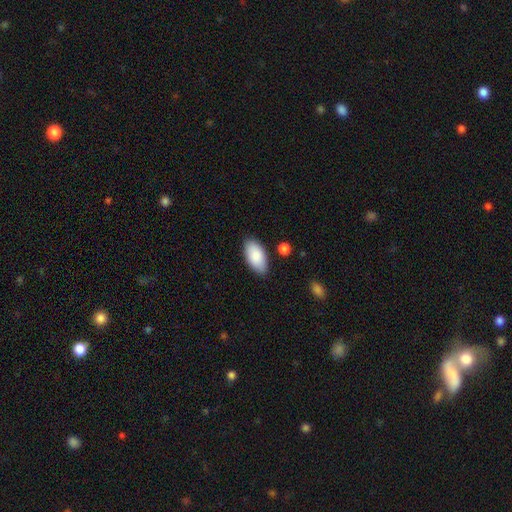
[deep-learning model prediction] A smooth galaxy with no disk features (87%) that is in between round and cigar-shaped (95%).

Vote fractions:
- Smooth or featured? smooth: 87% / featured or disk: 7% / star or artifact: 6%
- How rounded? in between: 95% / cigar-shaped: 3% / round: 2%
- Merging? none: 83% / minor disturbance: 12% / major disturbance: 2% / merger: 2%